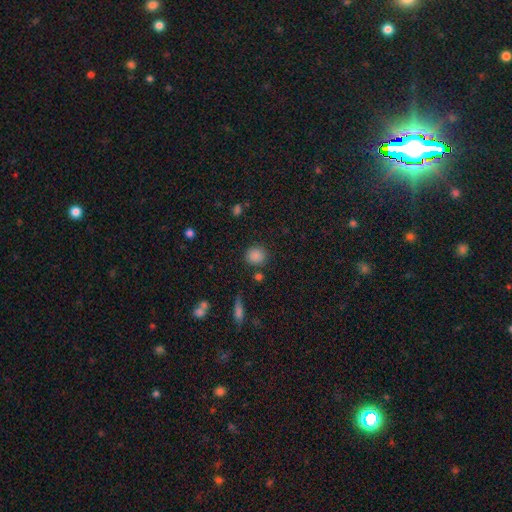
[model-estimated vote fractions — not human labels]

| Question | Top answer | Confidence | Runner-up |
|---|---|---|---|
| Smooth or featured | smooth | 85% | star or artifact (11%) |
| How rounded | round | 84% | in between (15%) |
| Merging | none | 84% | minor disturbance (9%) |